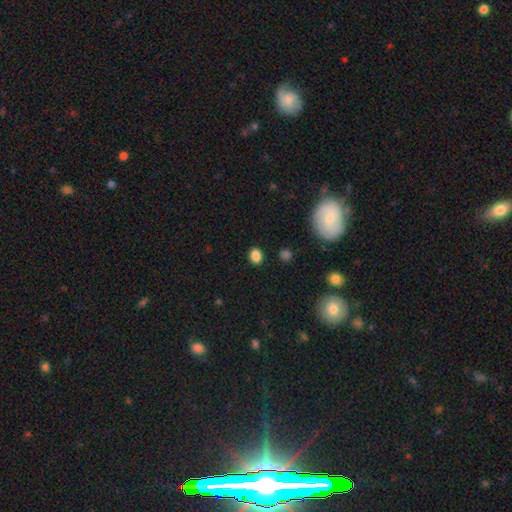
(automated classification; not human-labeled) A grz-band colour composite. It shows a smooth galaxy with no disk features (85%) that is round (55%). Merging: none (87%).